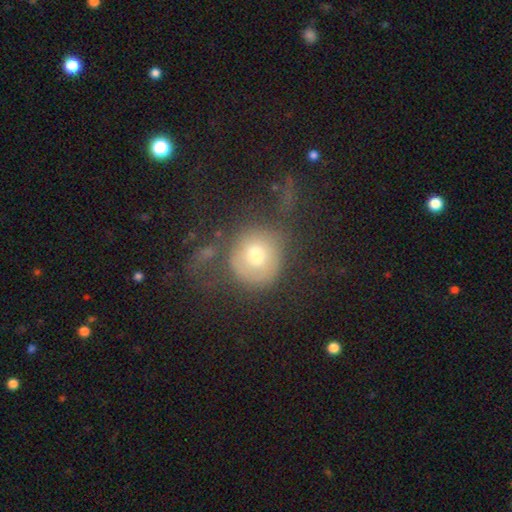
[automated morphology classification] This is likely a smooth galaxy (66%). How rounded: clearly round (87%). Merging: marginally none (44%).